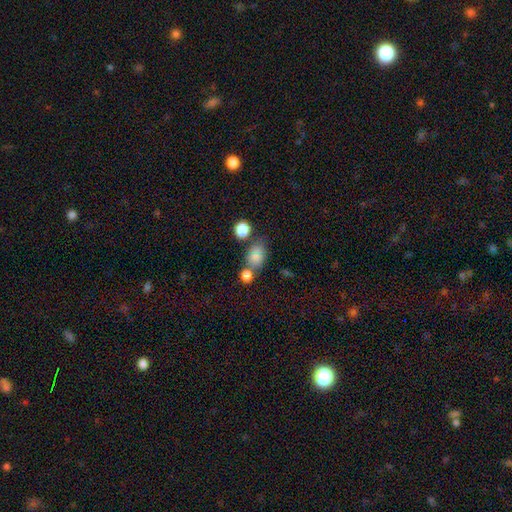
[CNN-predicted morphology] This appears to be a smooth galaxy with no disk features (74%) that is in between round and cigar-shaped (63%). Merging: none (56%).